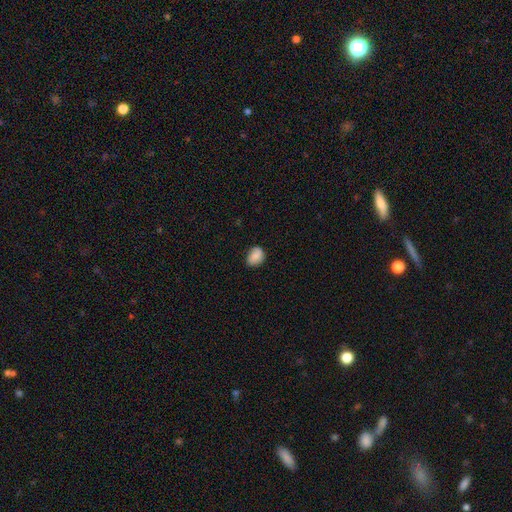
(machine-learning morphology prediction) Q: Smooth or featured?
A: smooth (82%); runner-up: featured or disk (9%)
Q: How rounded?
A: in between (56%); runner-up: round (43%)
Q: Merging?
A: none (74%); runner-up: minor disturbance (21%)